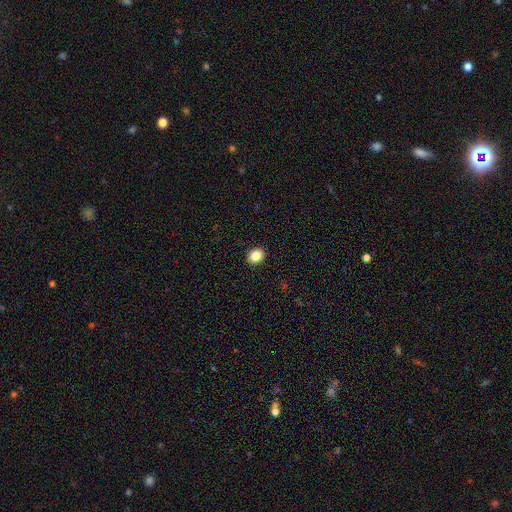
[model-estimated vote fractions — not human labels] Smooth or featured?
  - smooth: 86% *
  - star or artifact: 10%
  - featured or disk: 5%
How rounded?
  - round: 53% *
  - in between: 46%
  - cigar-shaped: 1%
Merging?
  - none: 92% *
  - minor disturbance: 6%
  - major disturbance: 2%
  - merger: 1%